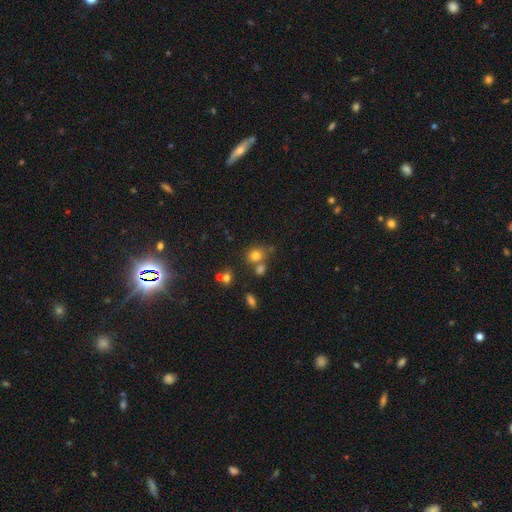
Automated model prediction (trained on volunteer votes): Smooth or featured: smooth — 76% (star or artifact — 15%)
How rounded: round — 69% (in between — 30%)
Merging: none — 58% (merger — 25%)